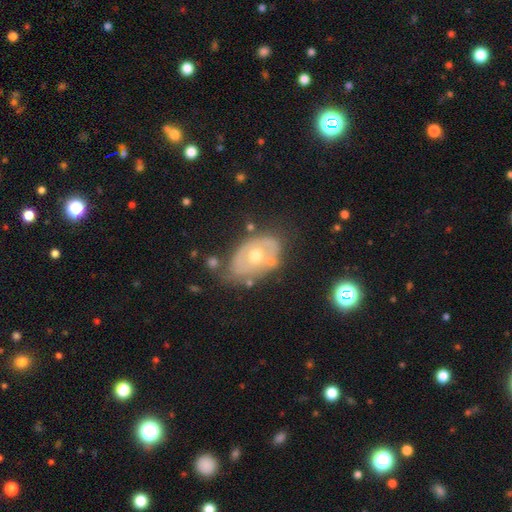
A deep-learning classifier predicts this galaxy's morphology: Smooth or featured: featured or disk — 60% (smooth — 32%)
Edge-on disk: no — 93% (yes — 7%)
Bar: no — 84% (weak — 13%)
Spiral arms: no — 66% (yes — 34%)
Bulge size: moderate — 69% (small — 26%)
Merging: none — 56% (minor disturbance — 26%)